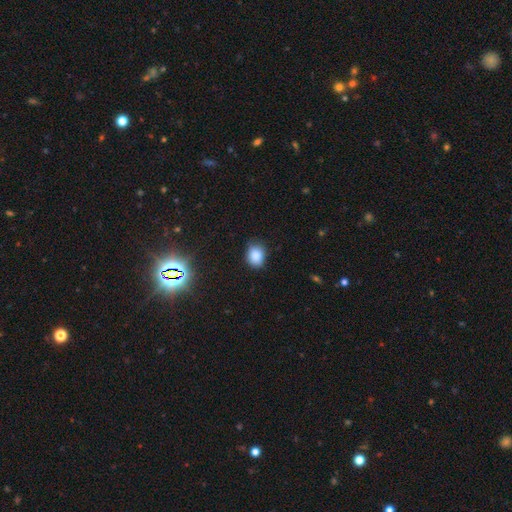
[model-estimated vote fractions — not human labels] Smooth or featured? Predicted: smooth (p=0.84). How rounded? Predicted: in between (p=0.54). Merging? Predicted: none (p=0.79).